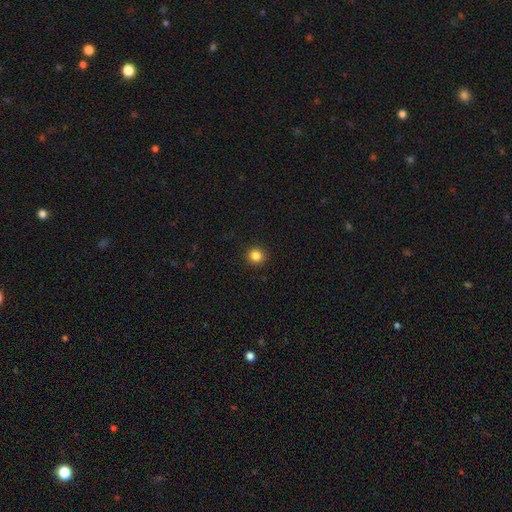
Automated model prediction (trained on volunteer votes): The model was most divided on "smooth or featured": smooth: 85%, star or artifact: 11%, featured or disk: 4%. More confident: merging — none (92%); how rounded — round (92%).